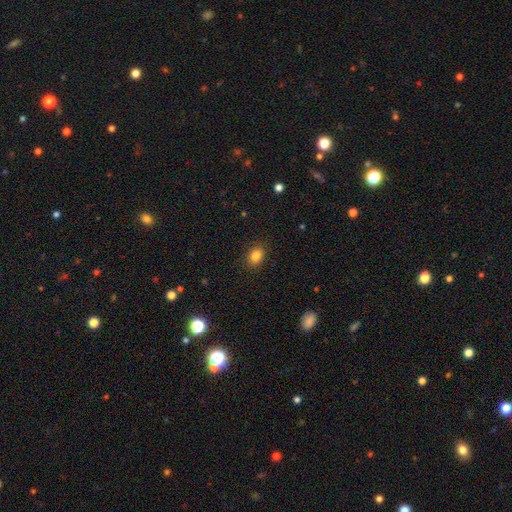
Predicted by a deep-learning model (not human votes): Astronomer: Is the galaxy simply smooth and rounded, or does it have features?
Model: smooth — 84%.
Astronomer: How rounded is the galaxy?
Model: in between — 66%.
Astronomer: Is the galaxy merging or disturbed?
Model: none — 88%.